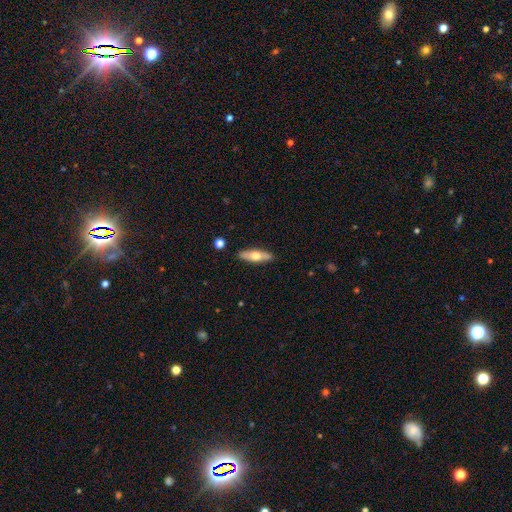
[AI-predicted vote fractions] Smooth or featured? Predicted: smooth (p=0.53). How rounded? Predicted: cigar-shaped (p=0.52). Merging? Predicted: none (p=0.87).